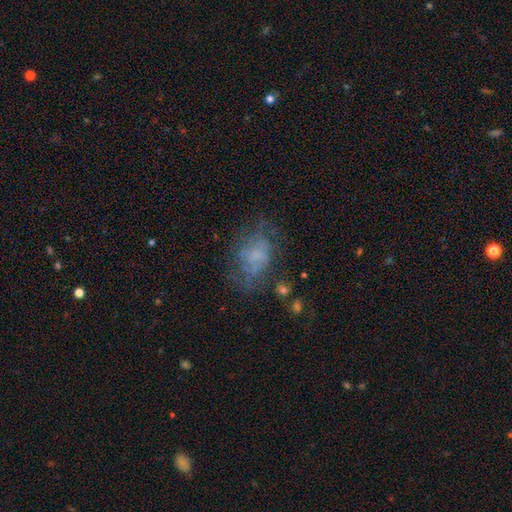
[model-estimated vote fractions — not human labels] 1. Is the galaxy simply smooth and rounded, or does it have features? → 43% featured or disk, 40% smooth, 18% star or artifact.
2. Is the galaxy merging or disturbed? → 53% none, 21% minor disturbance, 21% major disturbance, 4% merger.